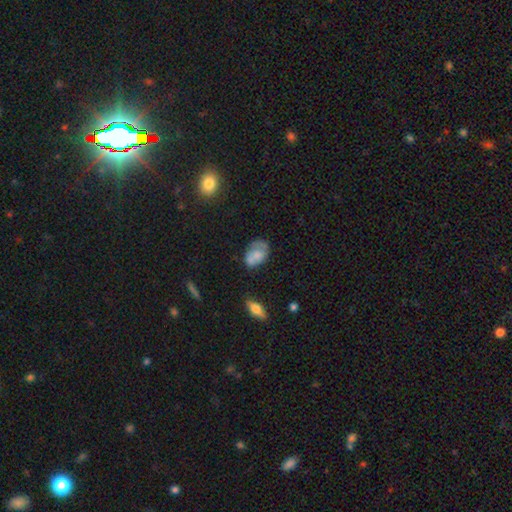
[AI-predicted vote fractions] Smooth or featured? smooth (60%)
How rounded? in between (82%)
Merging? none (45%)